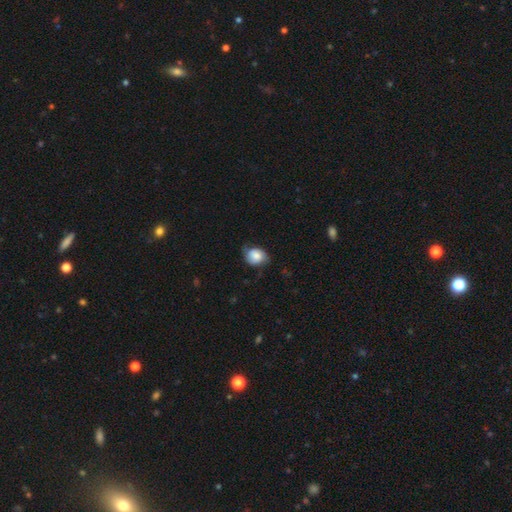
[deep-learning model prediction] smooth-or-featured: smooth: 71% | featured or disk: 21% | star or artifact: 8%
  how-rounded: round: 50% | in between: 49% | cigar-shaped: 1%
  merging: none: 58% | minor disturbance: 31% | major disturbance: 9% | merger: 1%